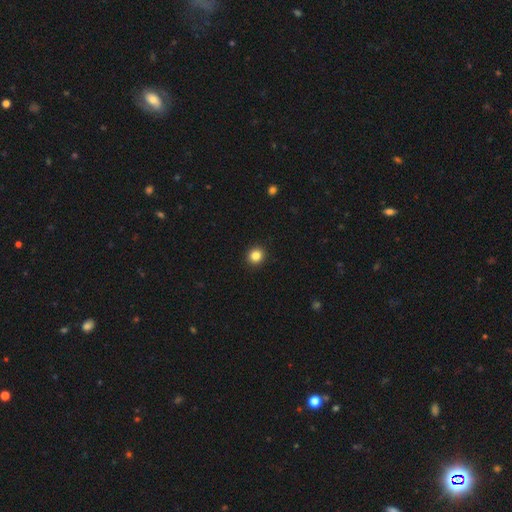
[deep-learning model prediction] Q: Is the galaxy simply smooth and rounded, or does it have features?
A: smooth — 84%.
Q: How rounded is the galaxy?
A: round — 90%.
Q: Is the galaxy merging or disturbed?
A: none — 93%.